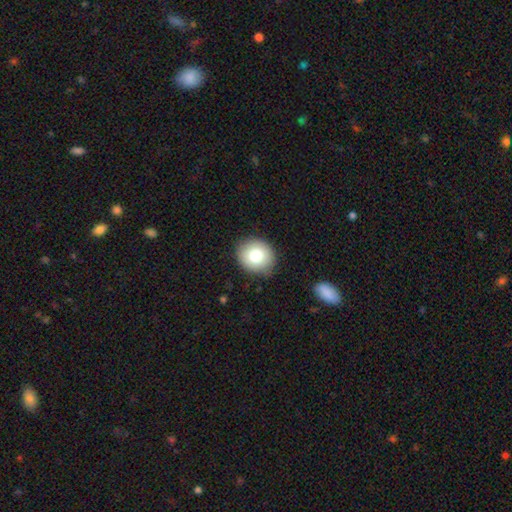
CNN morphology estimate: Q: Smooth or featured?
A: smooth (78%); runner-up: featured or disk (12%)
Q: How rounded?
A: round (74%); runner-up: in between (25%)
Q: Merging?
A: none (86%); runner-up: minor disturbance (11%)